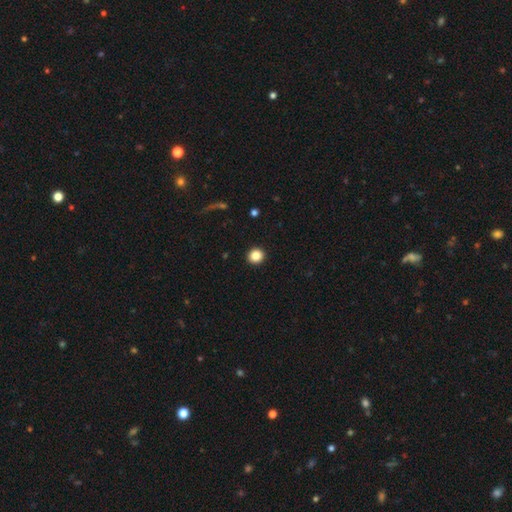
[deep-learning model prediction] smooth-or-featured: smooth: 86% | star or artifact: 10% | featured or disk: 4%
  how-rounded: round: 91% | in between: 8% | cigar-shaped: 1%
  merging: none: 94% | minor disturbance: 4% | major disturbance: 1% | merger: 1%